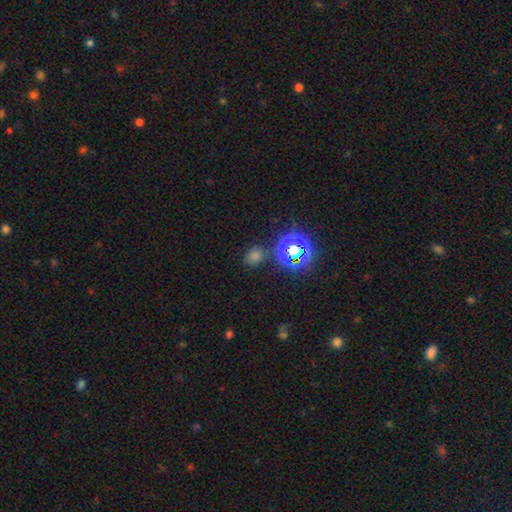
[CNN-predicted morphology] Smooth or featured: smooth — 52% (star or artifact — 43%)
How rounded: round — 76% (in between — 23%)
Merging: none — 81% (minor disturbance — 10%)